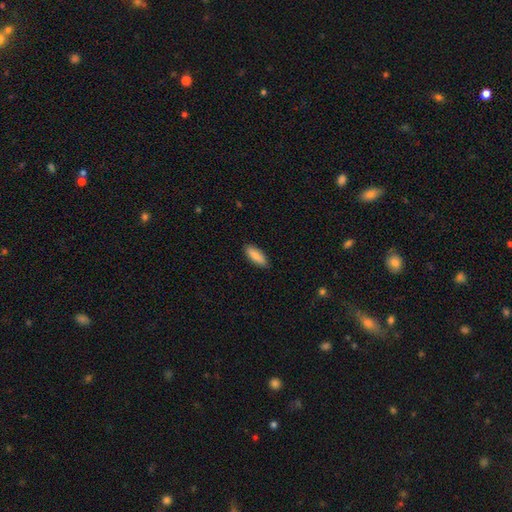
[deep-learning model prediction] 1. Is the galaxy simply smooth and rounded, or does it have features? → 86% smooth, 8% featured or disk, 6% star or artifact.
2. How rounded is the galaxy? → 69% in between, 29% cigar-shaped, 2% round.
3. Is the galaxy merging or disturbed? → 88% none, 9% minor disturbance, 2% major disturbance, 1% merger.